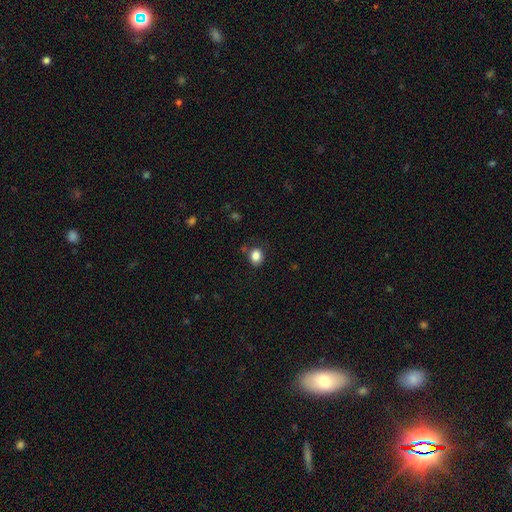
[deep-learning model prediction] Smooth or featured? Predicted: smooth (p=0.85). How rounded? Predicted: round (p=0.64). Merging? Predicted: none (p=0.79).